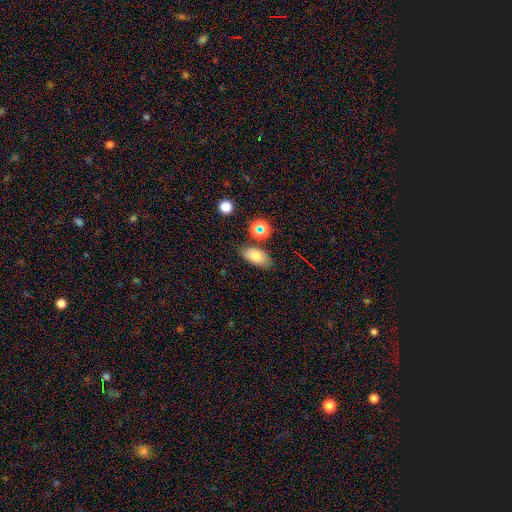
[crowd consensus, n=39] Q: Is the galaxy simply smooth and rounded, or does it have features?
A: smooth — 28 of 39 (72%).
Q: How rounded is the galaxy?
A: in between — 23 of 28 (82%).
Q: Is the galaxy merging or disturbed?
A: none — 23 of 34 (68%).